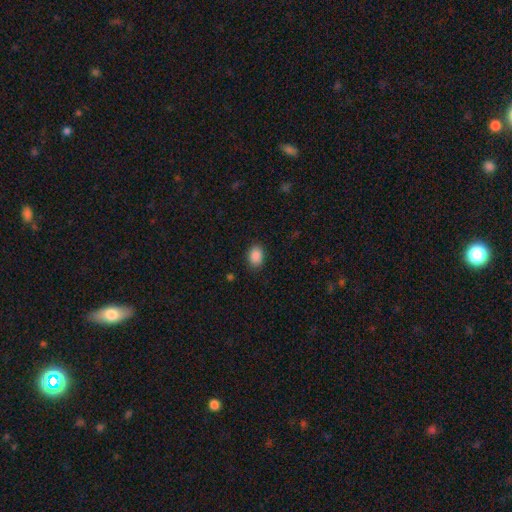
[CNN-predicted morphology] The model was most divided on "how rounded": in between: 76%, round: 23%, cigar-shaped: 1%. More confident: smooth or featured — smooth (89%); merging — none (87%).